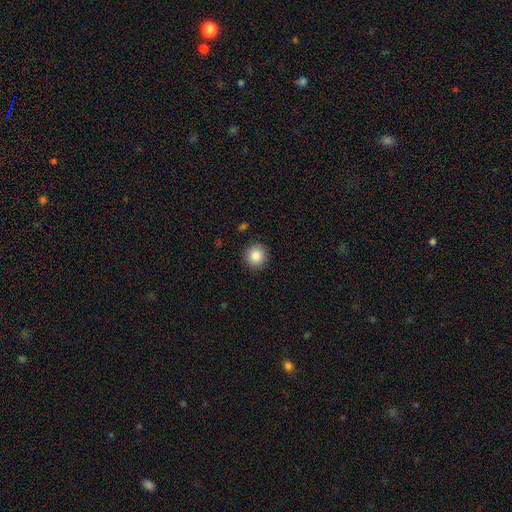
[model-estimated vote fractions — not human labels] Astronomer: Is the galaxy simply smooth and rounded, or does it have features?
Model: smooth — 85%.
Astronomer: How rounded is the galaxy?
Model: round — 92%.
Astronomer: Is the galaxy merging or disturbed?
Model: none — 91%.